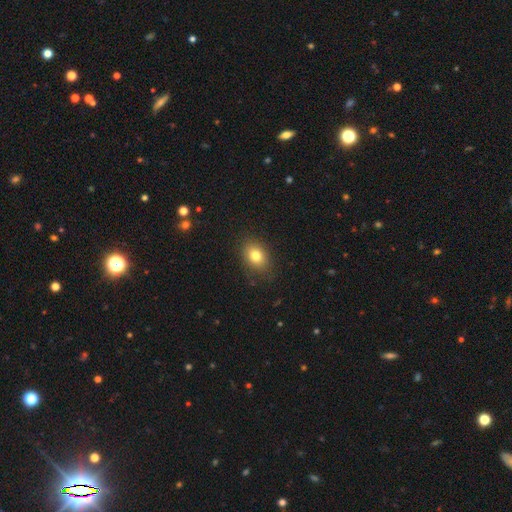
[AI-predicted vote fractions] smooth_or_featured: smooth (p=0.80) [alt: star or artifact p=0.10]
how_rounded: in between (p=0.69) [alt: round p=0.29]
merging: none (p=0.83) [alt: minor disturbance p=0.13]